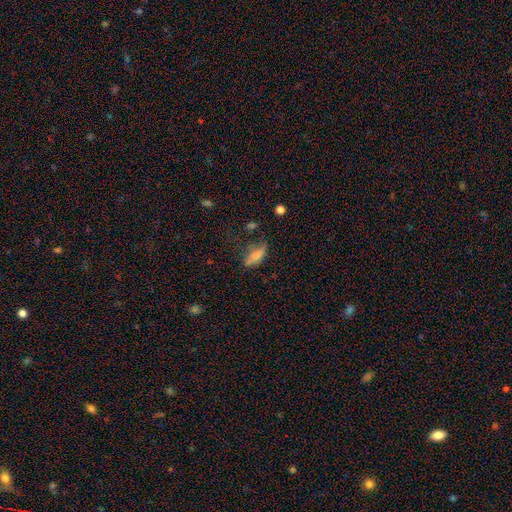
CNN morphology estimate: Smooth or featured?
  - smooth: 68% *
  - featured or disk: 19%
  - star or artifact: 12%
How rounded?
  - in between: 78% *
  - cigar-shaped: 18%
  - round: 4%
Merging?
  - none: 36% *
  - minor disturbance: 32%
  - major disturbance: 25%
  - merger: 7%